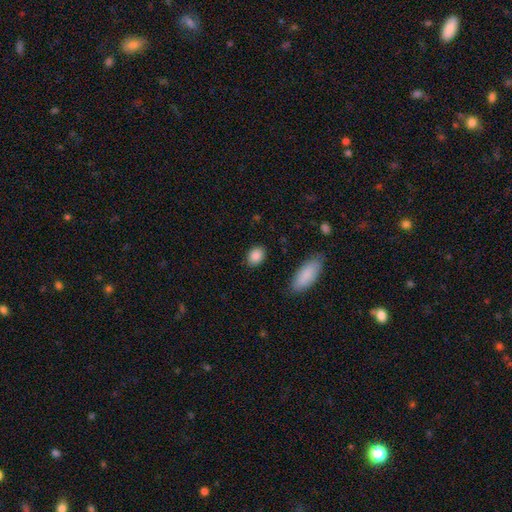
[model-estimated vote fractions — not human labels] Smooth or featured? Predicted: smooth (p=0.87). How rounded? Predicted: in between (p=0.69). Merging? Predicted: none (p=0.86).